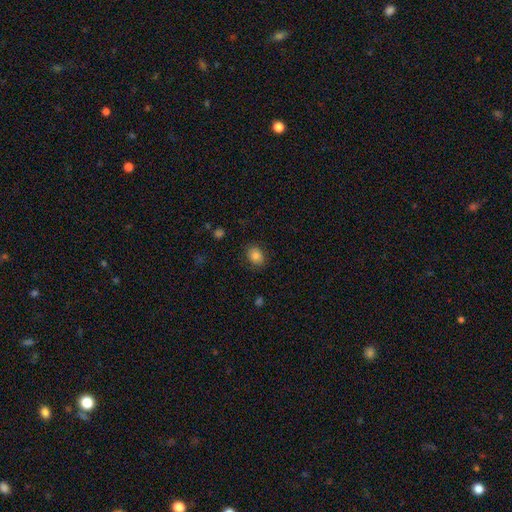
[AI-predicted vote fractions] The model was most divided on "how rounded": in between: 51%, round: 48%, cigar-shaped: 1%. More confident: merging — none (84%); smooth or featured — smooth (81%).